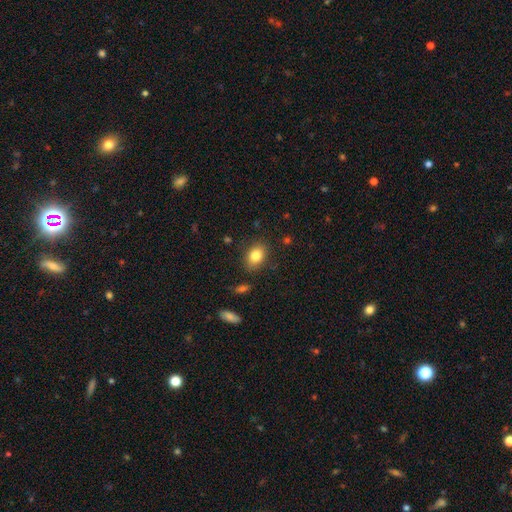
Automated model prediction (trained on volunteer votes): This is clearly a smooth galaxy (83%). How rounded: likely in between (75%). Merging: clearly none (84%).